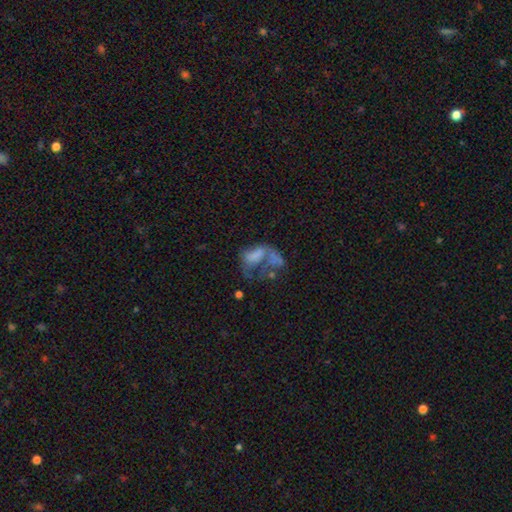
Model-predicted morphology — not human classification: Smooth or featured: featured or disk — 43% (smooth — 42%)
Merging: major disturbance — 44% (merger — 30%)